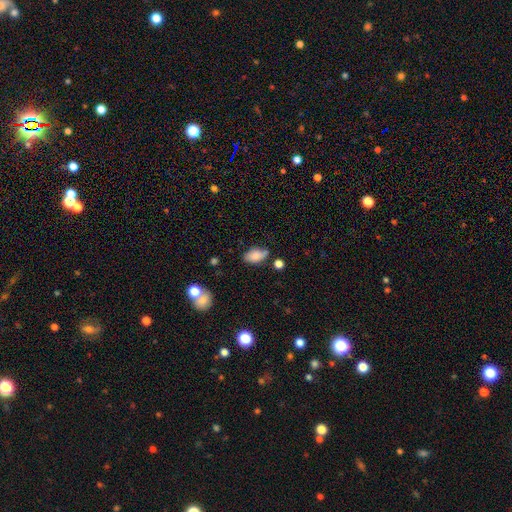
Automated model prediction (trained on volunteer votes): A smooth galaxy with no disk features (79%) that is in between round and cigar-shaped (91%). Merging: none (58%).